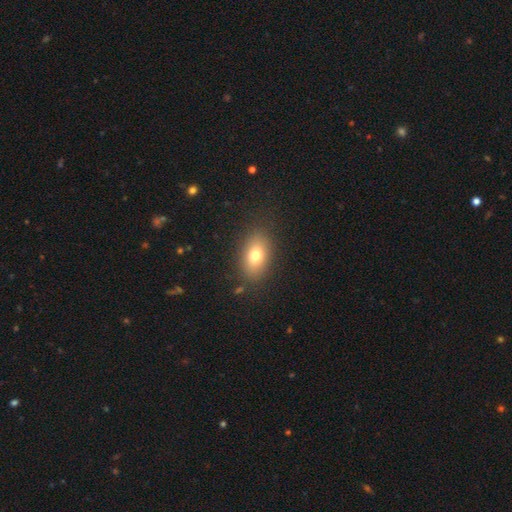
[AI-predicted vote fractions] Smooth or featured?
  - smooth: 75% *
  - featured or disk: 15%
  - star or artifact: 10%
How rounded?
  - in between: 84% *
  - round: 14%
  - cigar-shaped: 2%
Merging?
  - none: 84% *
  - minor disturbance: 10%
  - major disturbance: 4%
  - merger: 2%